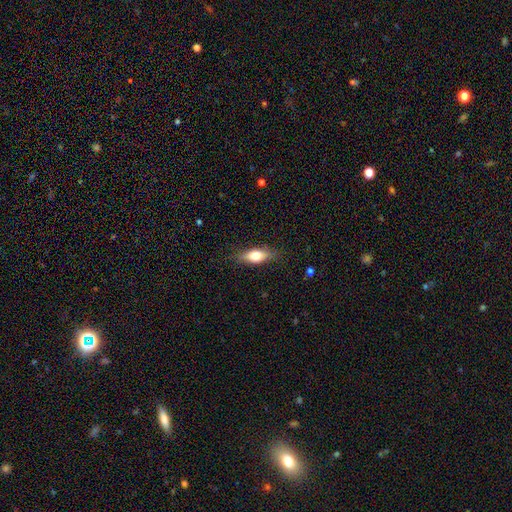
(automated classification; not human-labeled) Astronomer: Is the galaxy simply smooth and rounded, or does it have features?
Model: smooth — 65%.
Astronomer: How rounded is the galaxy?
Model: in between — 68%.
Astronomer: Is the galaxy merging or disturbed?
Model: none — 82%.